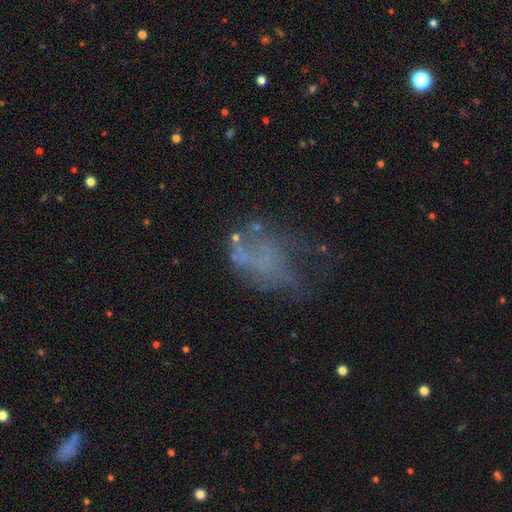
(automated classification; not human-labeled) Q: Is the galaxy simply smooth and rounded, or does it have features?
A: featured or disk — 45%.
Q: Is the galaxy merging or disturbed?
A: none — 38%.